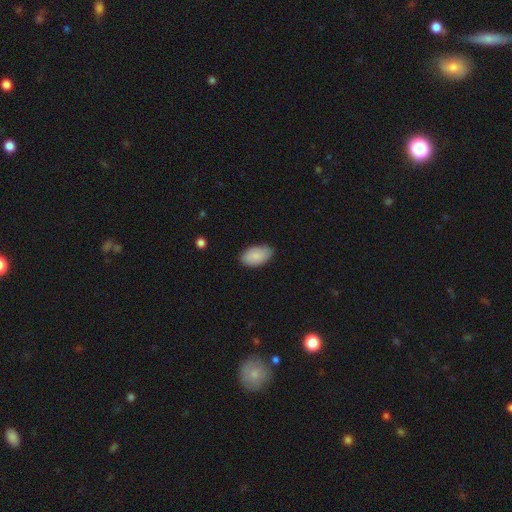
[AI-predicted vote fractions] Q: Smooth or featured?
A: smooth (86%); runner-up: featured or disk (8%)
Q: How rounded?
A: in between (95%); runner-up: round (4%)
Q: Merging?
A: none (80%); runner-up: minor disturbance (16%)